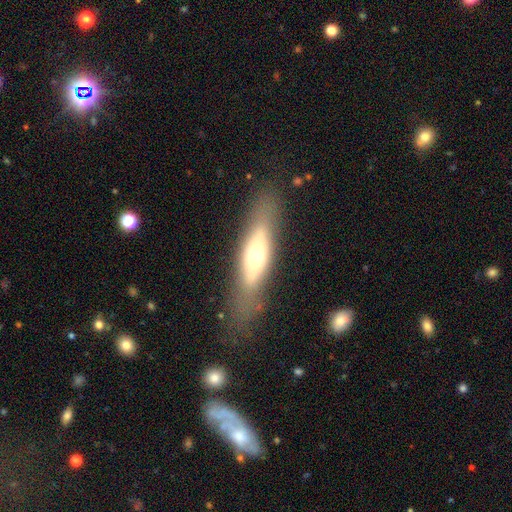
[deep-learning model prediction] Smooth or featured? Predicted: smooth (p=0.51). How rounded? Predicted: cigar-shaped (p=0.60). Merging? Predicted: none (p=0.78).